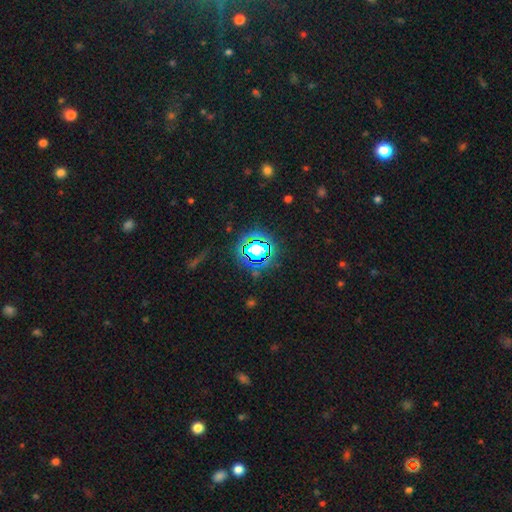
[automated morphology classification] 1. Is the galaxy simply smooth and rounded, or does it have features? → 78% star or artifact, 15% smooth, 8% featured or disk.